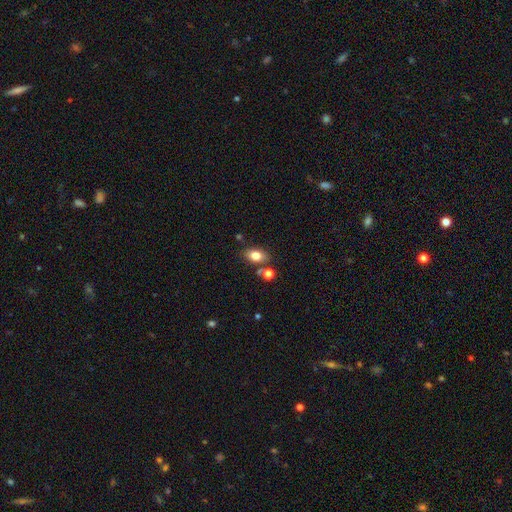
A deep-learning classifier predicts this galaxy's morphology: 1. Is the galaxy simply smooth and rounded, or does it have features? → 79% smooth, 11% featured or disk, 10% star or artifact.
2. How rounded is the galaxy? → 78% in between, 20% round, 2% cigar-shaped.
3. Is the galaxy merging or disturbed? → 72% none, 13% minor disturbance, 12% merger, 4% major disturbance.